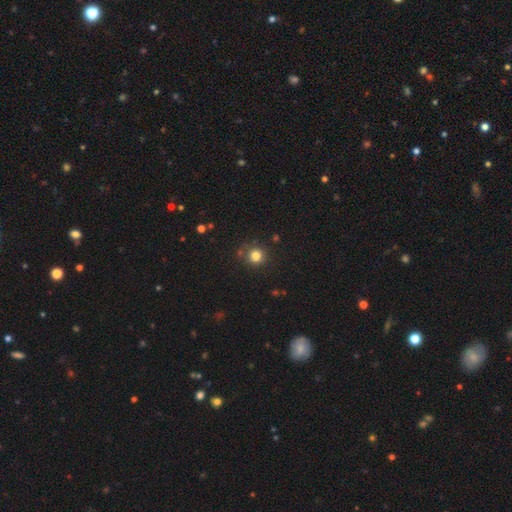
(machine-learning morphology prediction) Smooth or featured?
  - smooth: 80% *
  - star or artifact: 14%
  - featured or disk: 6%
How rounded?
  - round: 92% *
  - in between: 7%
  - cigar-shaped: 1%
Merging?
  - none: 81% *
  - minor disturbance: 11%
  - merger: 5%
  - major disturbance: 3%